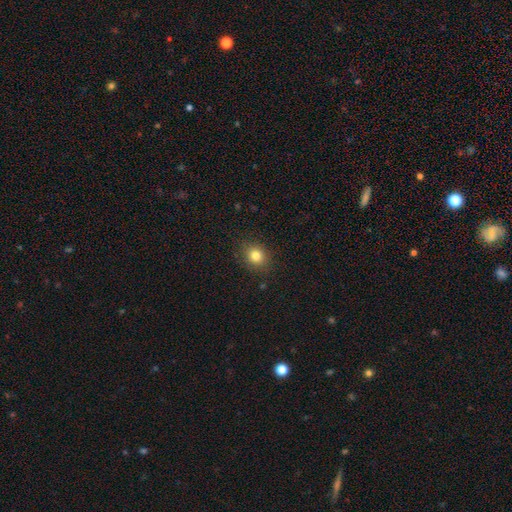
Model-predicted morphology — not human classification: A smooth galaxy with no disk features (81%) that is round (72%). Merging: none (88%).